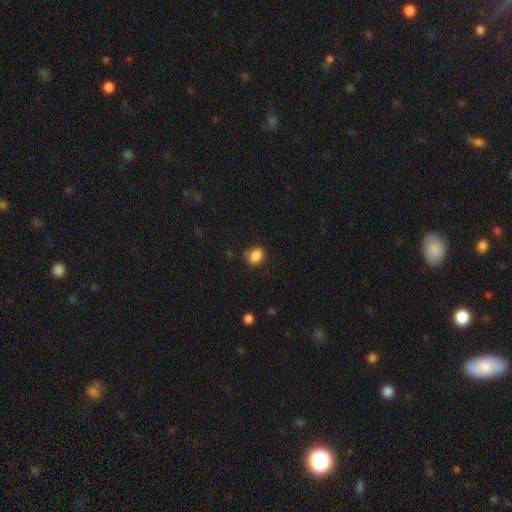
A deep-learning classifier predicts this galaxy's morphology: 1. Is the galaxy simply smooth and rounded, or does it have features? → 86% smooth, 9% star or artifact, 4% featured or disk.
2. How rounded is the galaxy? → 61% in between, 38% round, 1% cigar-shaped.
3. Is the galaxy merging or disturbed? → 71% none, 21% minor disturbance, 5% major disturbance, 3% merger.